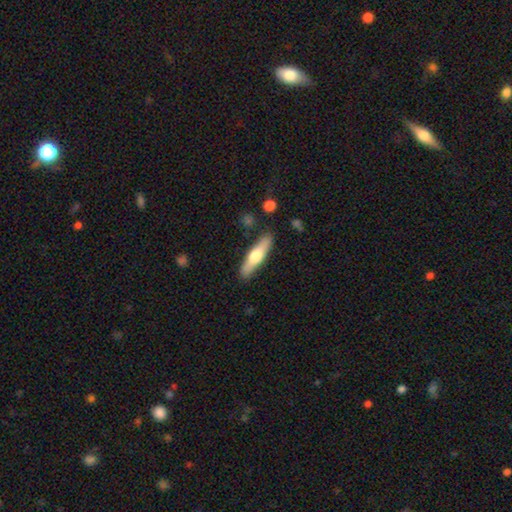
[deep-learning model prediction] Smooth or featured? Predicted: smooth (p=0.50). How rounded? Predicted: cigar-shaped (p=0.76). Merging? Predicted: none (p=0.87).